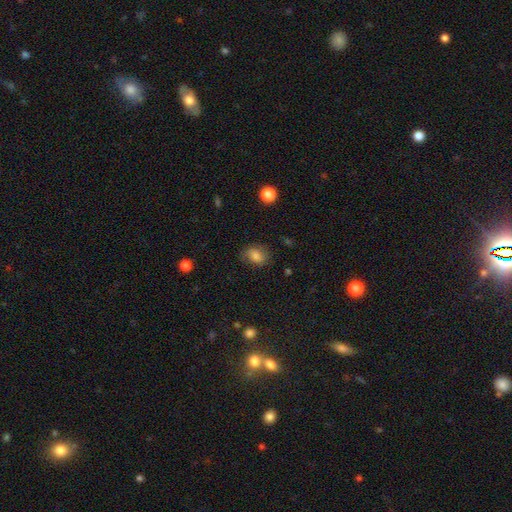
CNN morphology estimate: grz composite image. It shows a smooth galaxy with no disk features (75%) that is in between round and cigar-shaped (58%). Merging: none (74%).